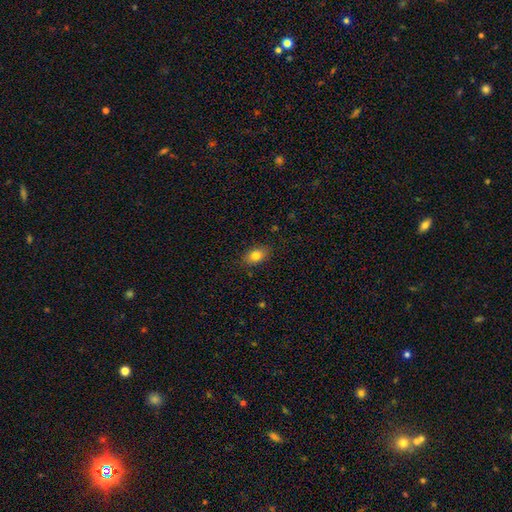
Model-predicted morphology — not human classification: Q: Smooth or featured?
A: smooth (81%); runner-up: featured or disk (10%)
Q: How rounded?
A: in between (84%); runner-up: round (14%)
Q: Merging?
A: none (86%); runner-up: minor disturbance (11%)